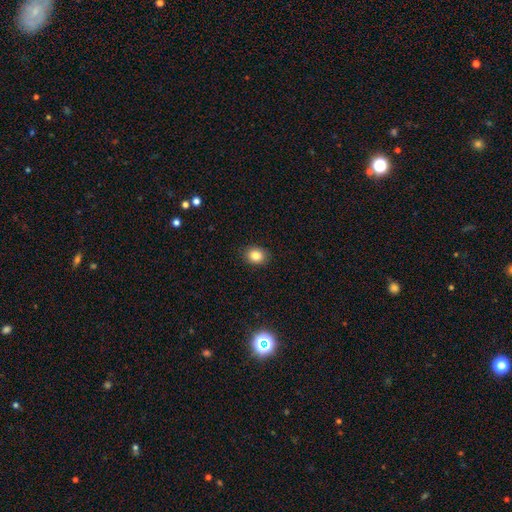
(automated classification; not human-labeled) This appears to be a smooth galaxy with no disk features (83%) that is round (57%). Merging: none (89%).